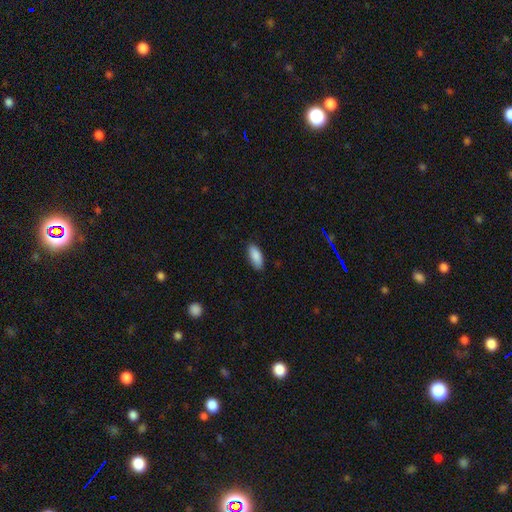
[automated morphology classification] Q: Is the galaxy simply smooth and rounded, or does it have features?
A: smooth — 89%.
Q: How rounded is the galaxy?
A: in between — 86%.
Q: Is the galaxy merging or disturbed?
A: none — 86%.